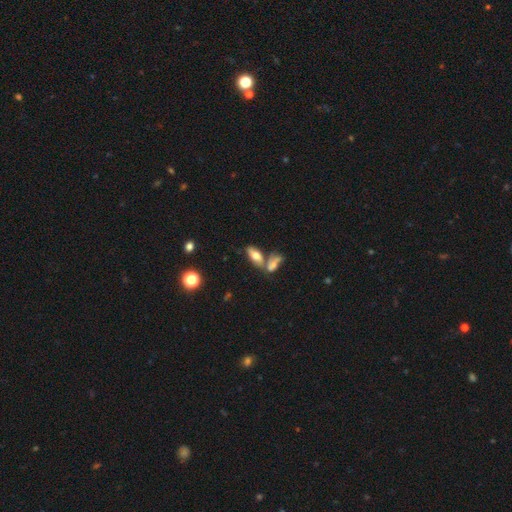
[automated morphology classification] Overall: smooth (62%; featured or disk 29%). How rounded: in between (79%). Merging: none (48%; merger 34%).